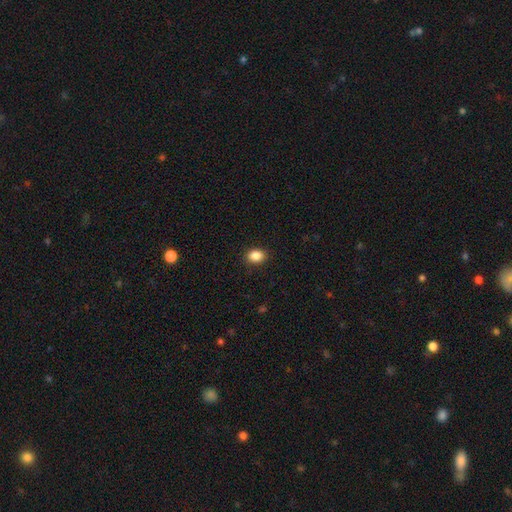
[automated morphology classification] smooth 87%, star or artifact 9%, featured or disk 4%. Down the decision tree: how rounded — in between (55%); merging — none (90%).